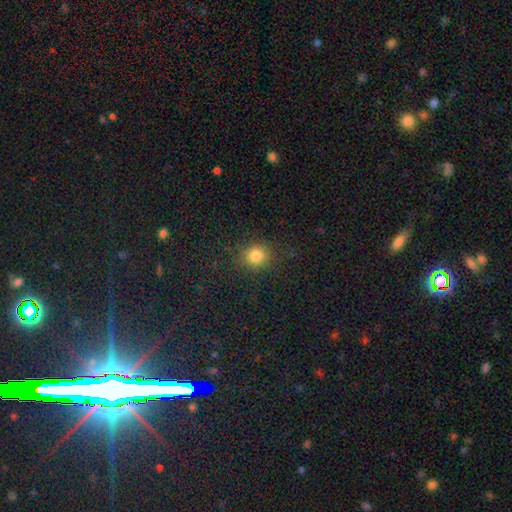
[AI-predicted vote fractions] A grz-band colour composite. It shows a smooth galaxy with no disk features (82%) that is round (82%). Merging: none (85%).